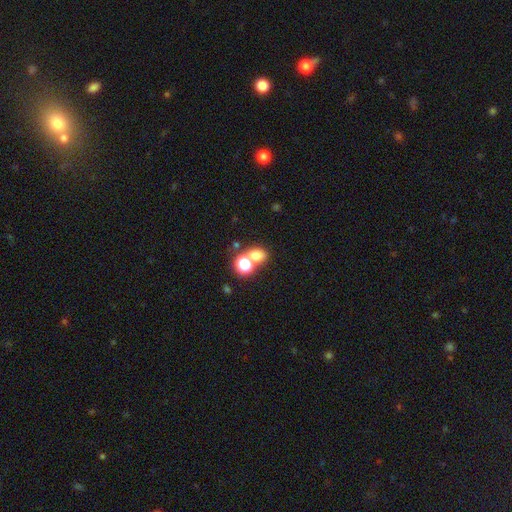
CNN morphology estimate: This is likely a smooth galaxy (71%). How rounded: likely round (61%). Merging: marginally none (44%, tied with merger).